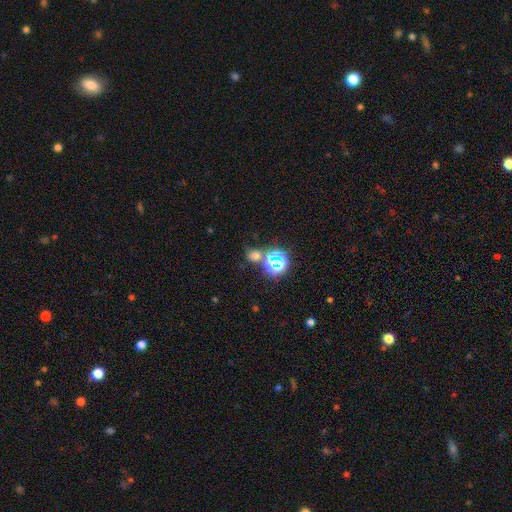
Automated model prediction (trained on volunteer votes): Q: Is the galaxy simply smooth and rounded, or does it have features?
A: smooth — 52%.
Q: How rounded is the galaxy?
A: round — 73%.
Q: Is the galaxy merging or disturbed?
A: none — 65%.